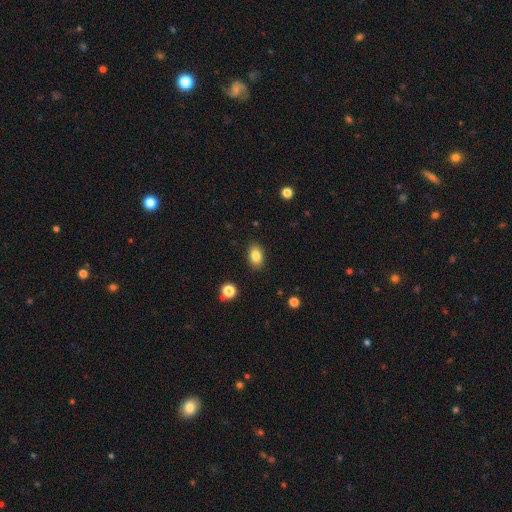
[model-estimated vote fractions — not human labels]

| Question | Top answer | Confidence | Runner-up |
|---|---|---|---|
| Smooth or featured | smooth | 84% | star or artifact (9%) |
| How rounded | in between | 85% | round (14%) |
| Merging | none | 87% | minor disturbance (9%) |